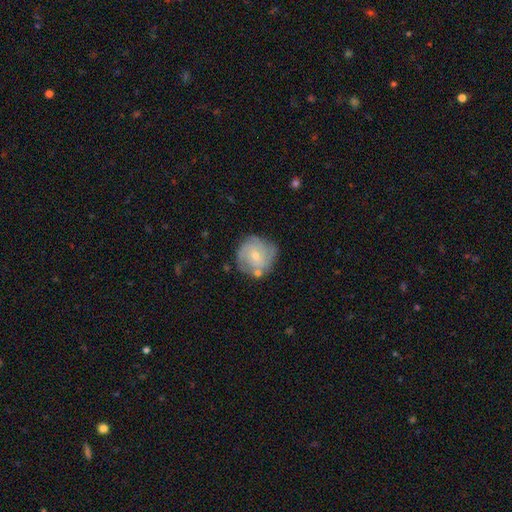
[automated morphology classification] A featured or disk galaxy (73%) with no bar (66%), 3 (30%, tied with can't tell) tight (69%) spiral arms (91%) and a small central bulge (57%).

Vote fractions:
- Smooth or featured? featured or disk: 73% / smooth: 21% / star or artifact: 6%
- Edge-on disk? no: 98% / yes: 2%
- Bar? no: 66% / weak: 30% / strong: 5%
- Spiral arms? yes: 91% / no: 9%
- Spiral winding? tight: 69% / medium: 25% / loose: 6%
- Spiral arm count? 3: 30% (tied) / can't tell: 30% (tied) / 2: 20% / 4: 12% / 1: 4% / more than 4: 4%
- Bulge size? small: 57% / moderate: 39% / none: 2% / large: 1% / dominant: 1%
- Merging? none: 68% / minor disturbance: 19% / merger: 8% / major disturbance: 6%